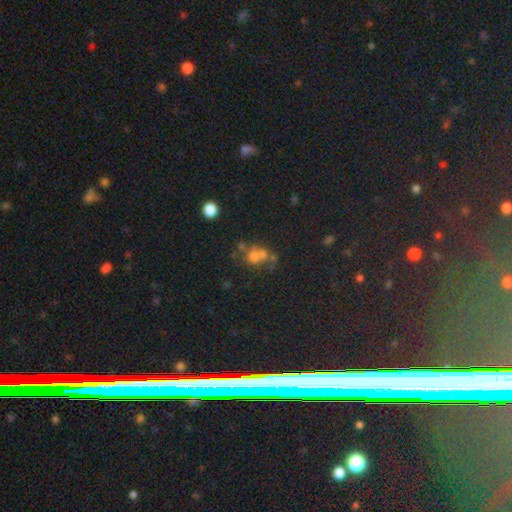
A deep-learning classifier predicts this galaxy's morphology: smooth 54%, star or artifact 24%, featured or disk 21%. Down the decision tree: how rounded — round (72%); merging — merger (43%).